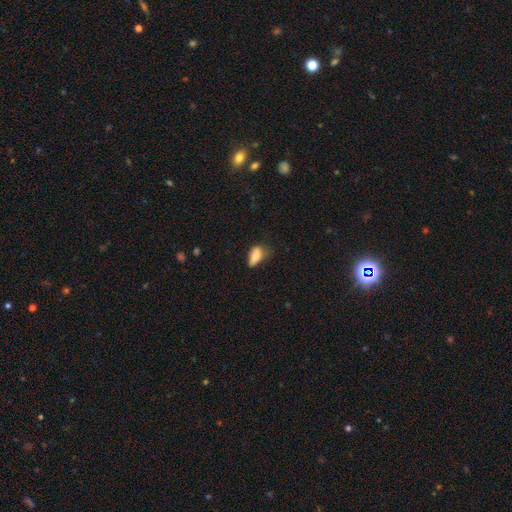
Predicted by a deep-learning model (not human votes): Q: Smooth or featured?
A: smooth (81%); runner-up: featured or disk (11%)
Q: How rounded?
A: in between (86%); runner-up: cigar-shaped (10%)
Q: Merging?
A: none (40%); runner-up: minor disturbance (39%)